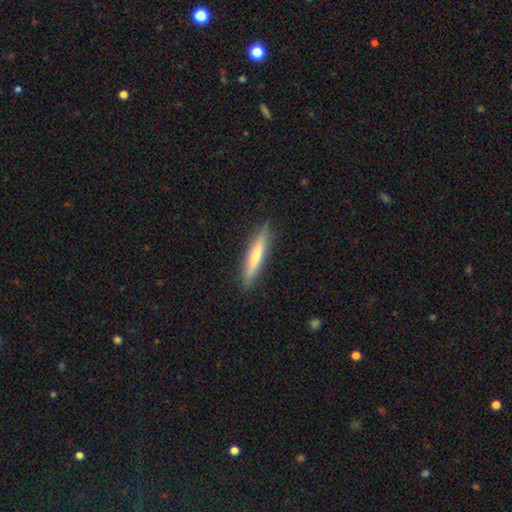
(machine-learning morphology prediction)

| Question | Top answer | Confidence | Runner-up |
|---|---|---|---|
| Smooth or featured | smooth | 62% | featured or disk (32%) |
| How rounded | cigar-shaped | 90% | in between (9%) |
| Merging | none | 87% | minor disturbance (10%) |